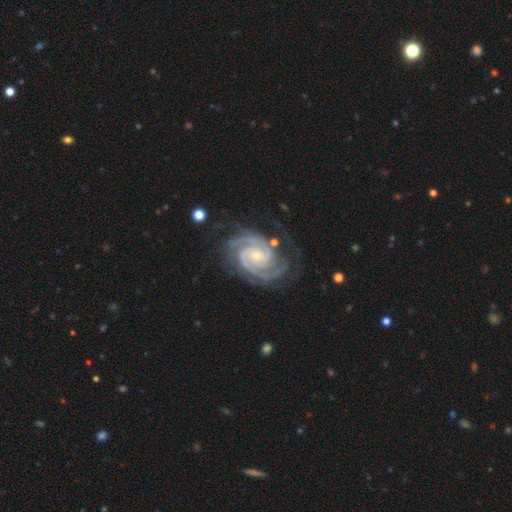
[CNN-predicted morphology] smooth_or_featured: featured or disk (p=0.94) [alt: star or artifact p=0.04]
disk_edge_on: no (p=0.98) [alt: yes p=0.02]
bar: no (p=0.57) [alt: weak p=0.31]
has_spiral_arms: yes (p=0.99) [alt: no p=0.01]
spiral_winding: tight (p=0.72) [alt: medium p=0.25]
spiral_arm_count: 2 (p=0.65) [alt: 3 p=0.19]
bulge_size: small (p=0.74) [alt: moderate p=0.21]
merging: none (p=0.72) [alt: minor disturbance p=0.18]